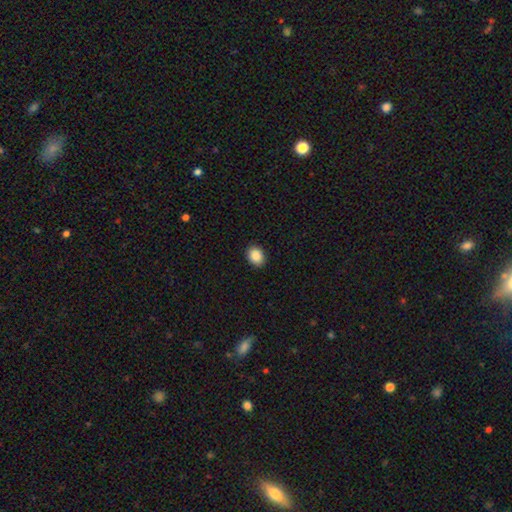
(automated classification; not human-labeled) A smooth galaxy with no disk features (87%) that is in between round and cigar-shaped (51%).

Vote fractions:
- Smooth or featured? smooth: 87% / star or artifact: 8% / featured or disk: 4%
- How rounded? in between: 51% / round: 48% / cigar-shaped: 1%
- Merging? none: 91% / minor disturbance: 7% / major disturbance: 2% / merger: 1%